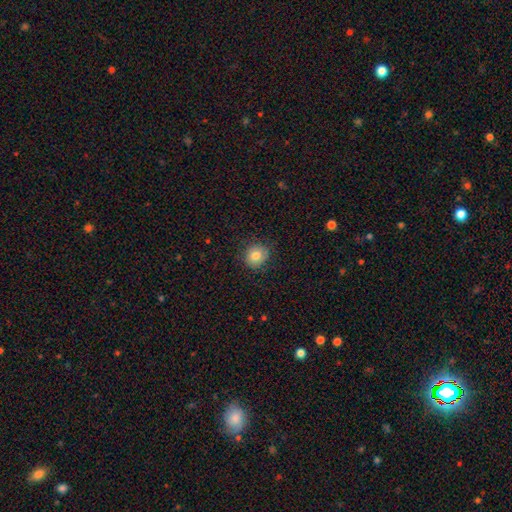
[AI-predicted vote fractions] Q: Smooth or featured?
A: smooth (80%); runner-up: star or artifact (10%)
Q: How rounded?
A: round (84%); runner-up: in between (15%)
Q: Merging?
A: none (82%); runner-up: minor disturbance (14%)